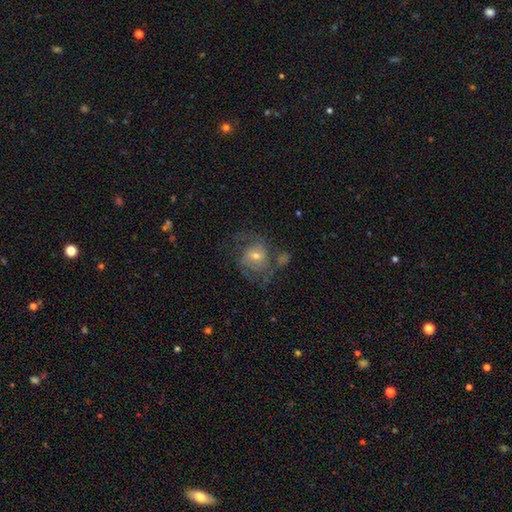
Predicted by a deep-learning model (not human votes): Smooth or featured? Predicted: featured or disk (p=0.69). Edge-on disk? Predicted: no (p=0.97). Bar? Predicted: no (p=0.52). Spiral arms? Predicted: yes (p=0.84). Spiral winding? Predicted: medium (p=0.47). Spiral arm count? Predicted: 2 (p=0.50). Bulge size? Predicted: moderate (p=0.47, tied with small). Merging? Predicted: none (p=0.51).